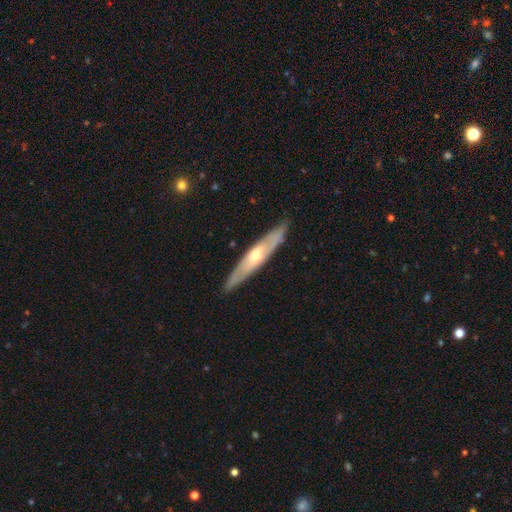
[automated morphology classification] type=featured or disk (65%); edge-on=yes (66%); merging=none (86%).